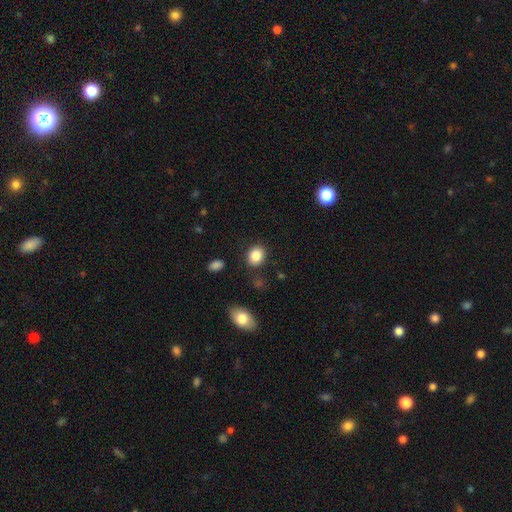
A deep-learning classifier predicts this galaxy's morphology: type=smooth (85%); roundness=round (52%); merging=none (86%).